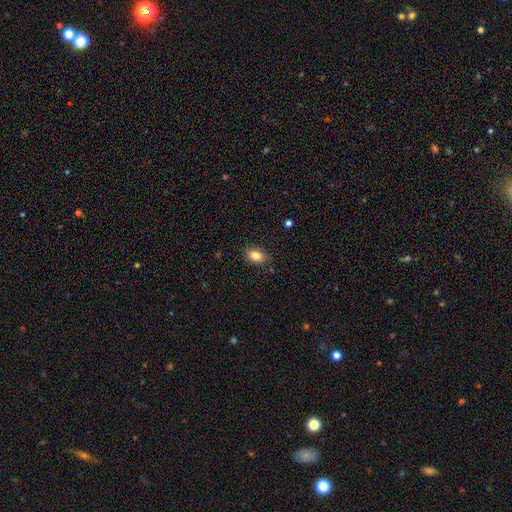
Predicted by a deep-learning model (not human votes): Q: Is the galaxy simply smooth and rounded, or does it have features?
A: smooth — 84%.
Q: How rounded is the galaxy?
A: in between — 80%.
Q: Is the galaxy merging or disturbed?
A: none — 86%.